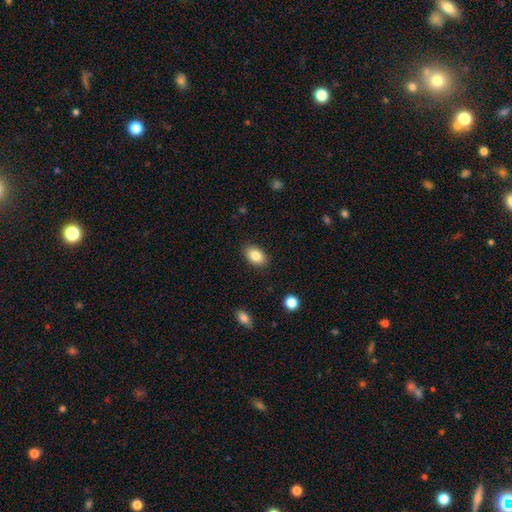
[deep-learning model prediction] Overall: smooth (84%). How rounded: in between (89%). Merging: none (87%).